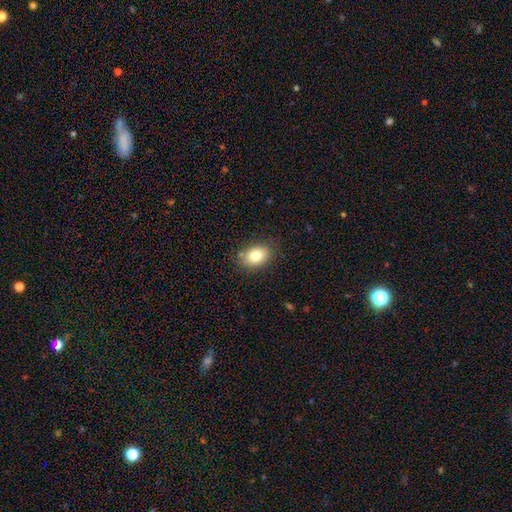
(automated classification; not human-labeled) A smooth galaxy with no disk features (79%) that is in between round and cigar-shaped (74%). Merging: none (82%).